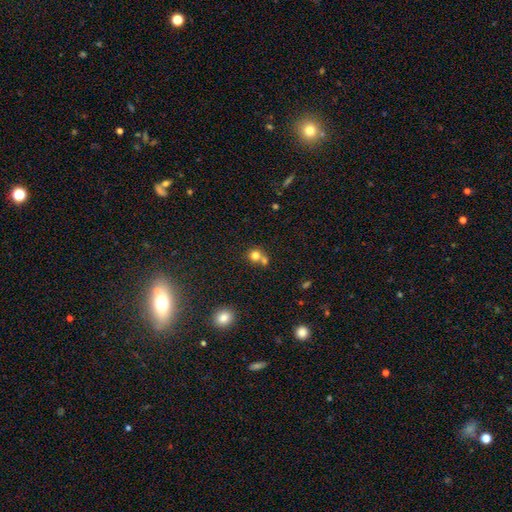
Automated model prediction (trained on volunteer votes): Smooth or featured? Predicted: smooth (p=0.78). How rounded? Predicted: round (p=0.85). Merging? Predicted: merger (p=0.46).